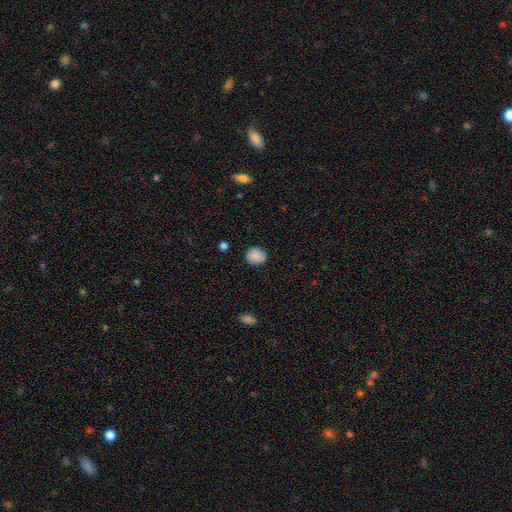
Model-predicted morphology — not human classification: smooth-or-featured: smooth: 87% | star or artifact: 8% | featured or disk: 4%
  how-rounded: round: 73% | in between: 26% | cigar-shaped: 1%
  merging: none: 85% | minor disturbance: 11% | major disturbance: 2% | merger: 1%